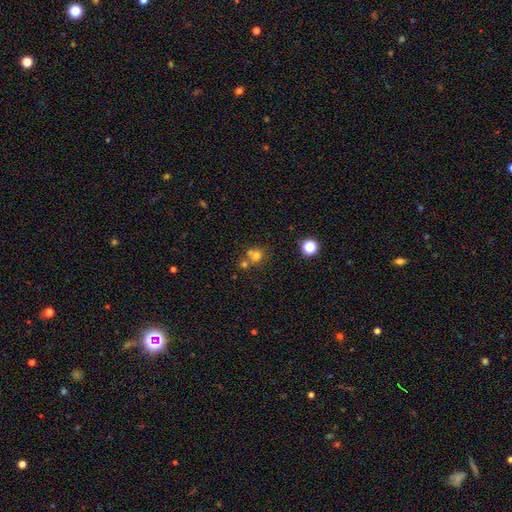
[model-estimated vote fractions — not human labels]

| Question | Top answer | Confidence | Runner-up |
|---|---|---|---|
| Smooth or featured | smooth | 69% | star or artifact (18%) |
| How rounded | round | 83% | in between (16%) |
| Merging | none | 48% | merger (41%) |